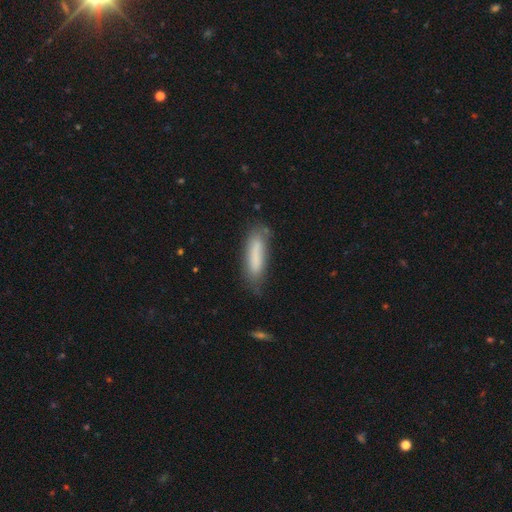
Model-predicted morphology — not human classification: The model was most divided on "how rounded": cigar-shaped: 67%, in between: 31%, round: 1%. More confident: smooth or featured — smooth (78%); merging — none (64%).